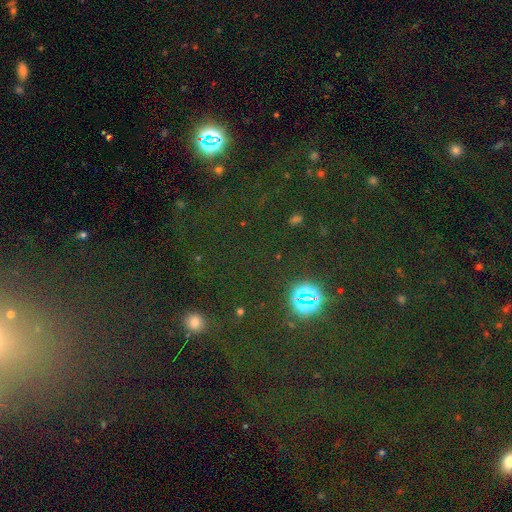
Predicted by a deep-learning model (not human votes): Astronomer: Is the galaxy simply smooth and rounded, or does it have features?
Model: star or artifact — 61%.